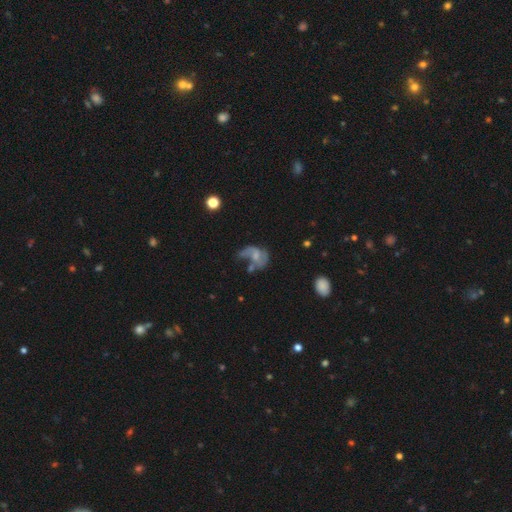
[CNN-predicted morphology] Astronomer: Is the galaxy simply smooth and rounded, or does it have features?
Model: featured or disk — 57%.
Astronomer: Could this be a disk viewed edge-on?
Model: no — 97%.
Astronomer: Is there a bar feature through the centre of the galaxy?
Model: no — 64%.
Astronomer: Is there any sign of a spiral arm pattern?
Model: yes — 63%.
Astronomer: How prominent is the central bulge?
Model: small — 36% (runner-up: none, 30%).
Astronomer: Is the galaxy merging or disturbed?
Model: major disturbance — 39% (runner-up: none, 23%).